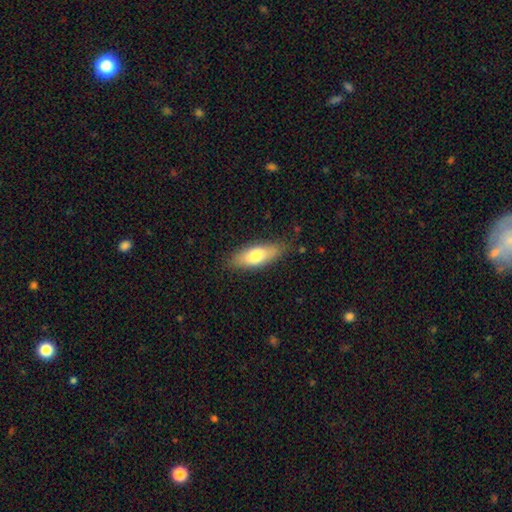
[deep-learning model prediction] Smooth or featured? smooth (73%)
How rounded? in between (67%)
Merging? none (81%)